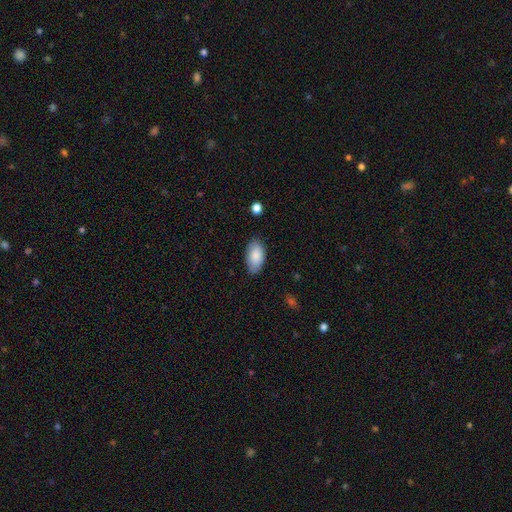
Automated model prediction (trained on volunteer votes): A smooth galaxy with no disk features (86%) that is in between round and cigar-shaped (95%). Merging: none (81%).